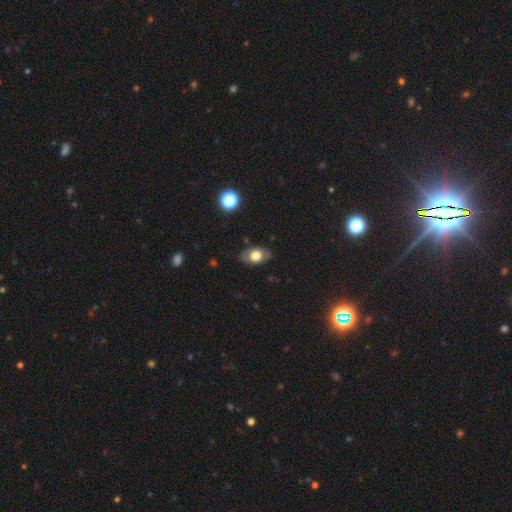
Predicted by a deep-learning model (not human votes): Overall: smooth (69%). How rounded: in between (82%). Merging: none (80%).